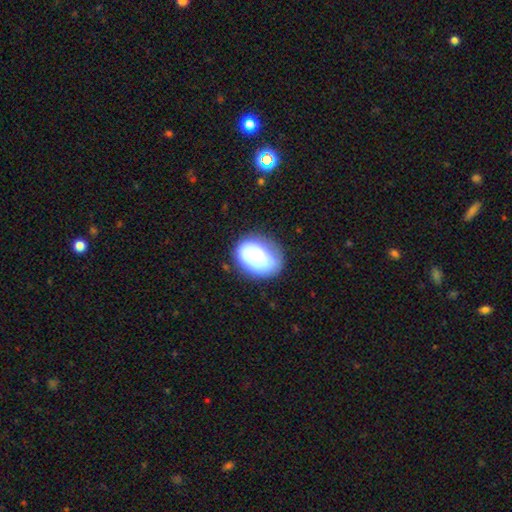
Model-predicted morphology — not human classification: Q: Smooth or featured?
A: smooth (77%); runner-up: featured or disk (15%)
Q: How rounded?
A: in between (75%); runner-up: round (24%)
Q: Merging?
A: none (67%); runner-up: minor disturbance (23%)